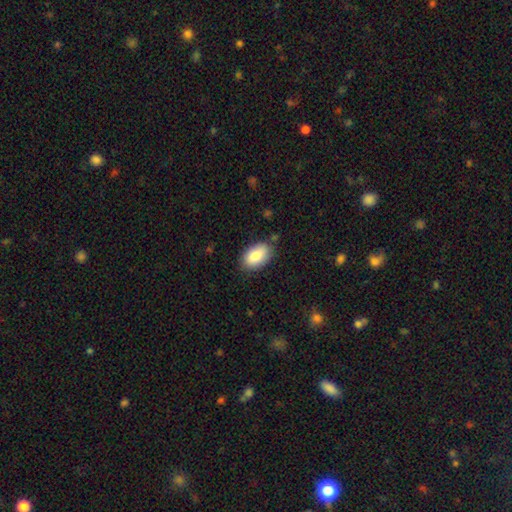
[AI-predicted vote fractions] smooth 85%, featured or disk 9%, star or artifact 6%. Down the decision tree: how rounded — in between (93%); merging — none (82%).